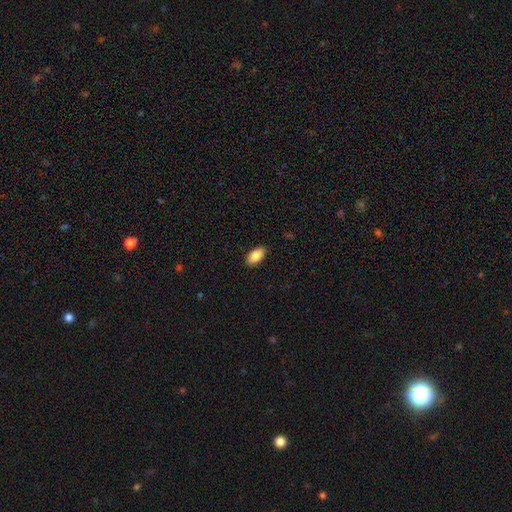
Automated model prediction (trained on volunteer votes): The model was most divided on "smooth or featured": smooth: 84%, featured or disk: 9%, star or artifact: 7%. More confident: how rounded — in between (93%); merging — none (89%).